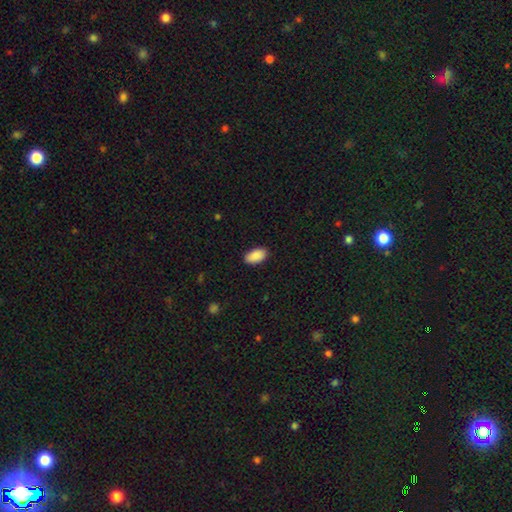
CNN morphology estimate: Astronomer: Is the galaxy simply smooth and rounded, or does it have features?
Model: smooth — 91%.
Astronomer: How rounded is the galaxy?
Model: in between — 95%.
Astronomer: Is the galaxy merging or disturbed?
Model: none — 88%.